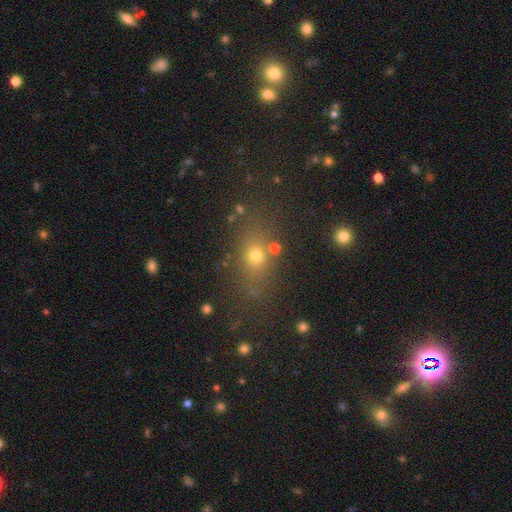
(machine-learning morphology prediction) Overall: smooth (66%). How rounded: in between (52%; round 43%). Merging: none (75%).